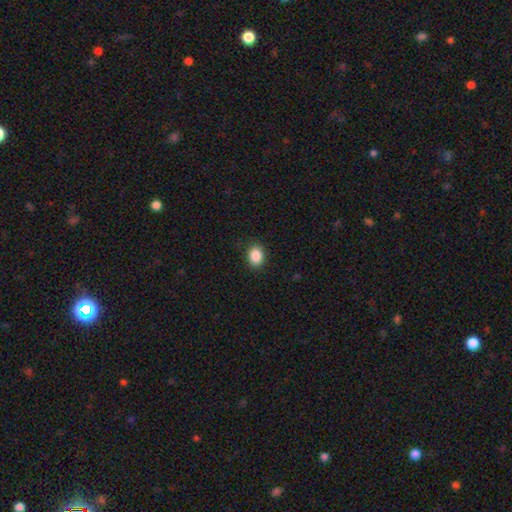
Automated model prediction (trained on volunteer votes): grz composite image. It shows a smooth galaxy with no disk features (88%) that is in between round and cigar-shaped (59%). Merging: none (88%).